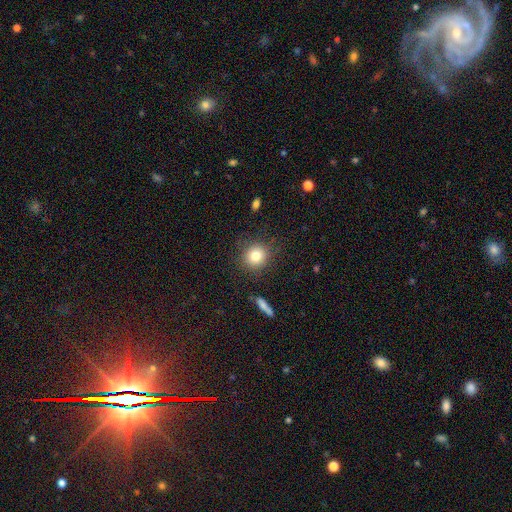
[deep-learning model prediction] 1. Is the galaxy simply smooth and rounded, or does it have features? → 81% smooth, 11% star or artifact, 8% featured or disk.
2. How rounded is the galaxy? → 87% round, 11% in between, 1% cigar-shaped.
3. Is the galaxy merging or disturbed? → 86% none, 10% minor disturbance, 3% major disturbance, 2% merger.